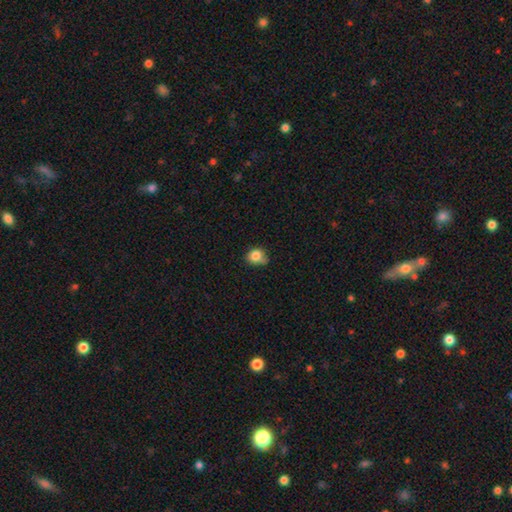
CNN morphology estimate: The model was most divided on "merging": none: 53%, minor disturbance: 34%, major disturbance: 7%, merger: 6%. More confident: smooth or featured — smooth (83%); how rounded — round (71%).